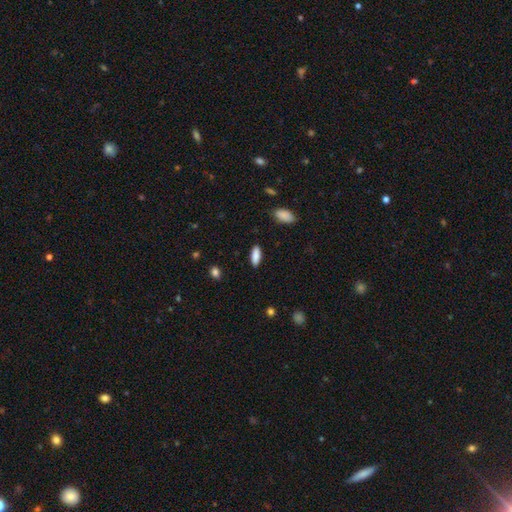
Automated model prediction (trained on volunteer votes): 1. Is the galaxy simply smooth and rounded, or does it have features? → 87% smooth, 7% featured or disk, 6% star or artifact.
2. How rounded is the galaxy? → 62% in between, 36% cigar-shaped, 2% round.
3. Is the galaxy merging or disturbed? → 88% none, 9% minor disturbance, 2% major disturbance, 1% merger.